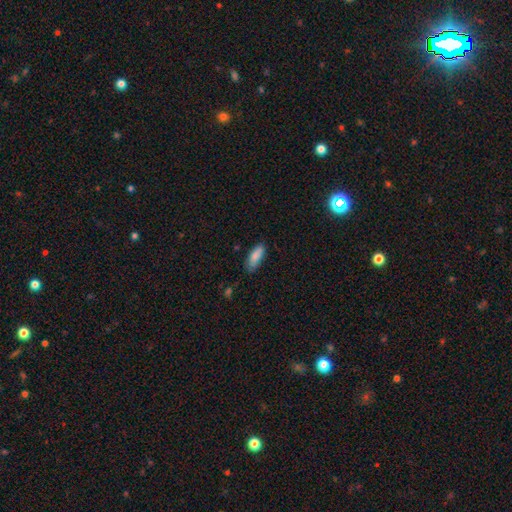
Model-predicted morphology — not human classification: Overall: smooth (85%). How rounded: in between (72%). Merging: none (73%).